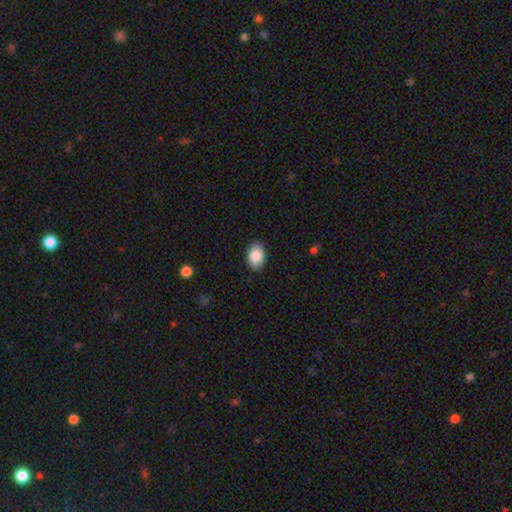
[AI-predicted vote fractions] Smooth or featured?
  - smooth: 87% *
  - star or artifact: 7%
  - featured or disk: 6%
How rounded?
  - in between: 86% *
  - round: 13%
  - cigar-shaped: 1%
Merging?
  - none: 86% *
  - minor disturbance: 11%
  - major disturbance: 2%
  - merger: 1%